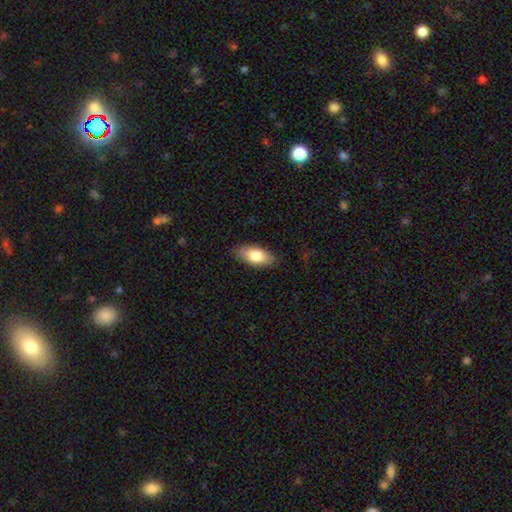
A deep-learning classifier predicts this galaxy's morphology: Q: Smooth or featured?
A: smooth (80%); runner-up: featured or disk (14%)
Q: How rounded?
A: in between (89%); runner-up: cigar-shaped (9%)
Q: Merging?
A: none (85%); runner-up: minor disturbance (12%)